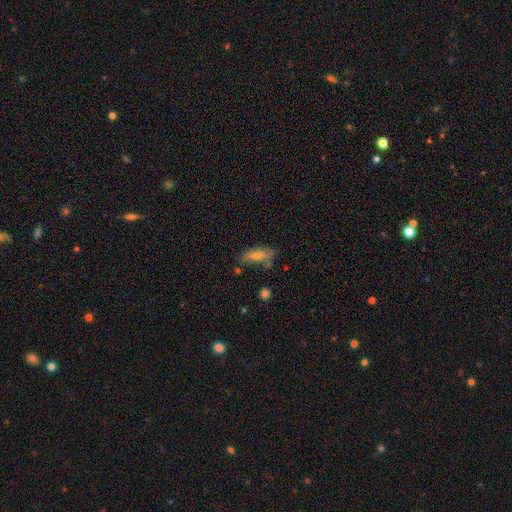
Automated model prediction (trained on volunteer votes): Smooth or featured? Predicted: smooth (p=0.59). How rounded? Predicted: in between (p=0.62). Merging? Predicted: none (p=0.51).